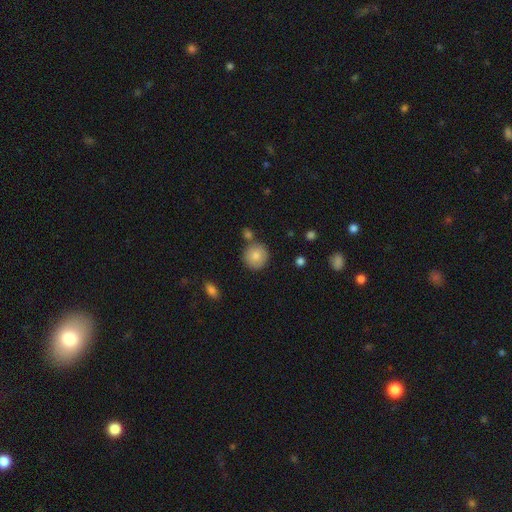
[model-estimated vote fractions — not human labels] Q: Smooth or featured?
A: smooth (82%); runner-up: featured or disk (10%)
Q: How rounded?
A: round (93%); runner-up: in between (6%)
Q: Merging?
A: none (78%); runner-up: merger (10%)